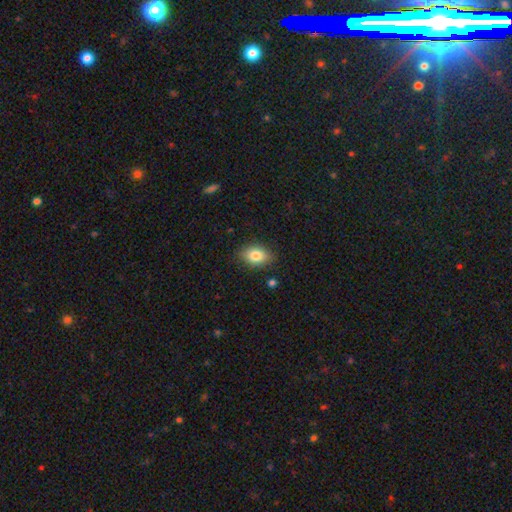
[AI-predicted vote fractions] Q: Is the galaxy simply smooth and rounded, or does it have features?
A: smooth — 82%.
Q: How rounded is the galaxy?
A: in between — 81%.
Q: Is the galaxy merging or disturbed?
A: none — 83%.